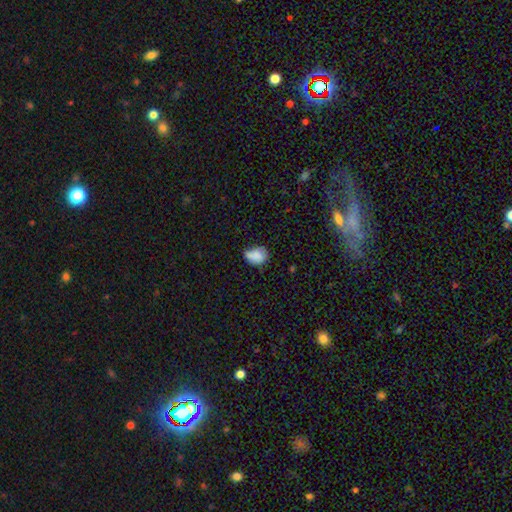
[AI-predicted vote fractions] This is likely a smooth galaxy (78%). How rounded: likely in between (65%). Merging: marginally none (43%).